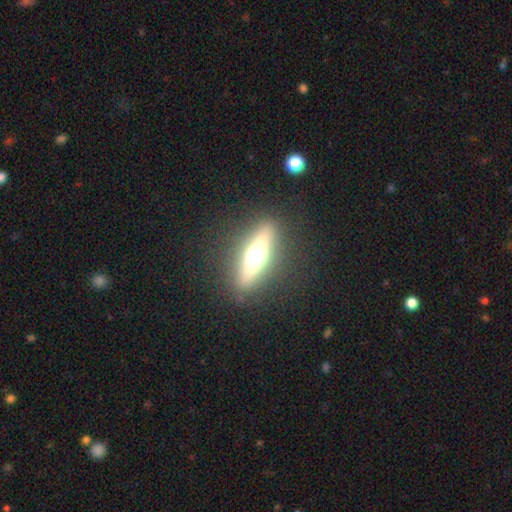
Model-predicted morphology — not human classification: Smooth or featured?
  - featured or disk: 56% *
  - smooth: 32%
  - star or artifact: 12%
Edge-on disk?
  - yes: 86% *
  - no: 14%
Merging?
  - none: 87% *
  - minor disturbance: 8%
  - major disturbance: 4%
  - merger: 1%